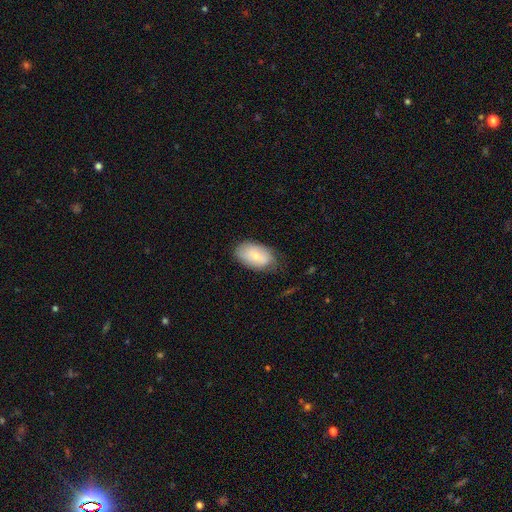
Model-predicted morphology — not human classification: smooth 71%, featured or disk 22%, star or artifact 7%. Down the decision tree: how rounded — in between (93%); merging — none (70%).